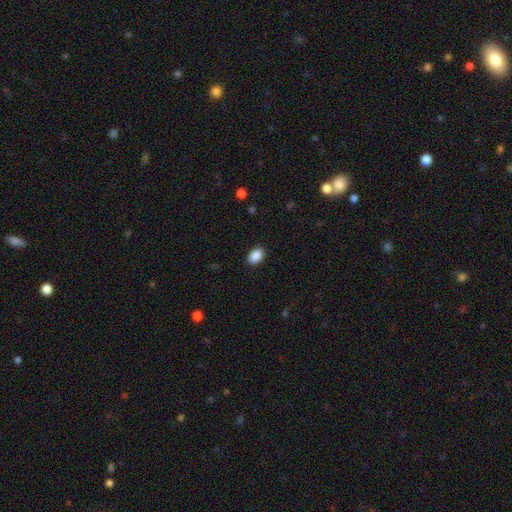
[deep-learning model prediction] smooth_or_featured: smooth (p=0.90) [alt: star or artifact p=0.08]
how_rounded: in between (p=0.88) [alt: round p=0.11]
merging: none (p=0.90) [alt: minor disturbance p=0.07]